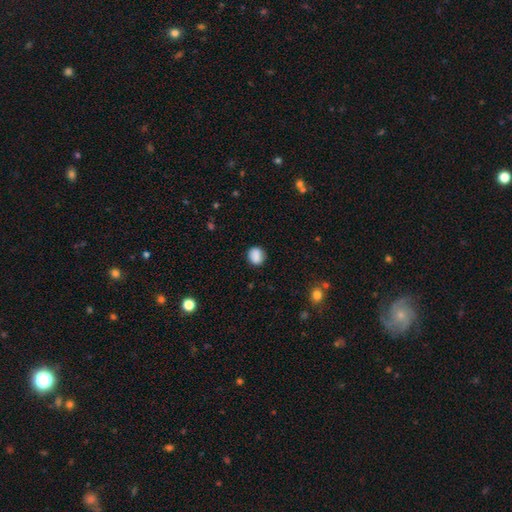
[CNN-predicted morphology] smooth-or-featured: smooth: 87% | star or artifact: 9% | featured or disk: 5%
  how-rounded: round: 76% | in between: 23% | cigar-shaped: 1%
  merging: none: 83% | minor disturbance: 12% | major disturbance: 3% | merger: 2%